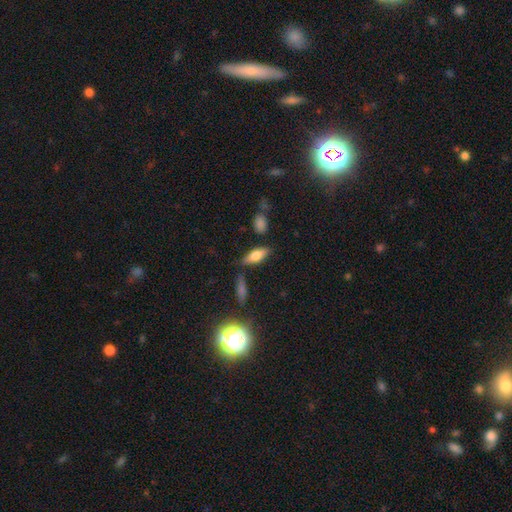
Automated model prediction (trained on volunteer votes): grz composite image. It shows a smooth galaxy with no disk features (64%) that is in between round and cigar-shaped (66%). Merging: none (75%).